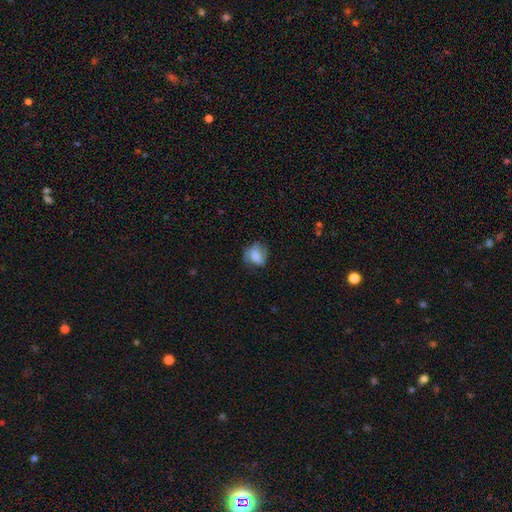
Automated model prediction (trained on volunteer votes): A smooth galaxy with no disk features (54%) that is round (51%).

Vote fractions:
- Smooth or featured? smooth: 54% / featured or disk: 37% / star or artifact: 9%
- How rounded? round: 51% / in between: 47% / cigar-shaped: 2%
- Merging? none: 54% / minor disturbance: 27% / major disturbance: 17% / merger: 2%